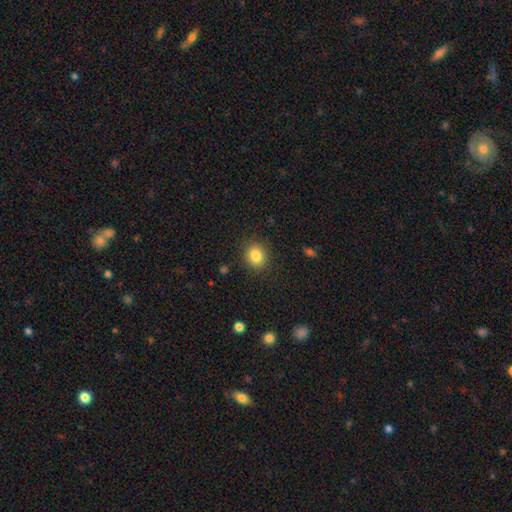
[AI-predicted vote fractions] Morphology: type=smooth (84%); roundness=round (75%); merging=none (88%).